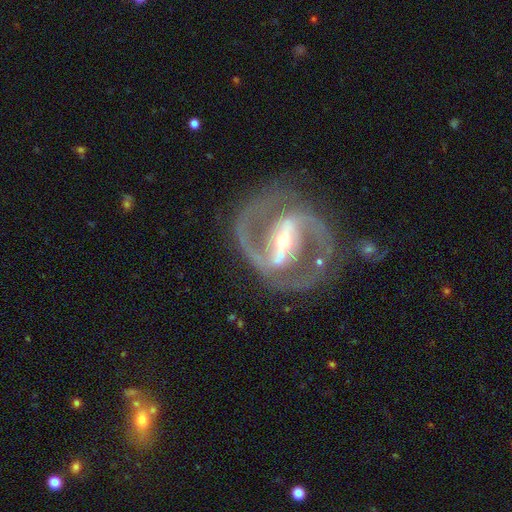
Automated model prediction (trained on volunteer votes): Overall: featured or disk (93%). Edge-on disk: no (97%). Bar: strong (74%). Spiral arms: yes (97%). Spiral arm count: 2 (93%). Spiral winding: medium (59%; tight 30%). Bulge size: small (62%; moderate 34%). Merging: none (77%).